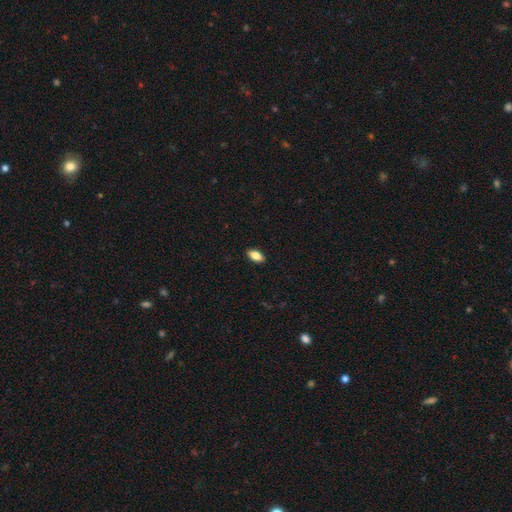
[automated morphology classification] type=smooth (80%); roundness=in between (89%); merging=none (90%).